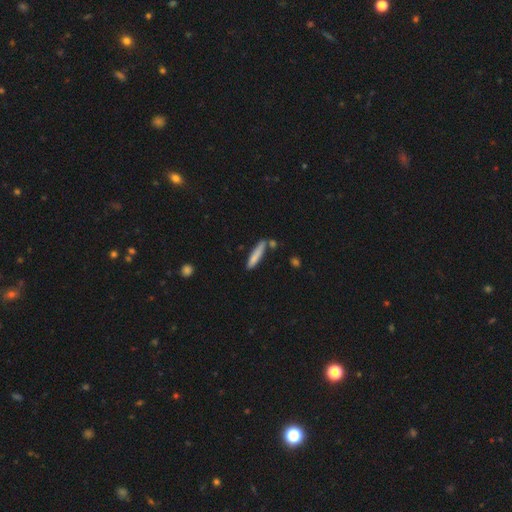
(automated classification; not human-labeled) Smooth or featured? Predicted: smooth (p=0.80). How rounded? Predicted: cigar-shaped (p=0.89). Merging? Predicted: none (p=0.74).